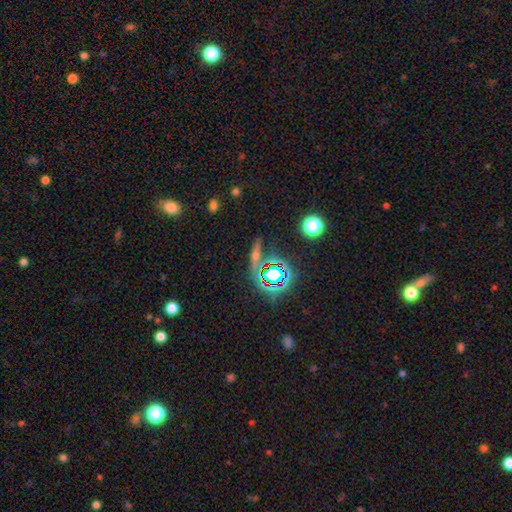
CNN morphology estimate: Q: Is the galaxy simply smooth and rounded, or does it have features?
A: star or artifact — 36%.